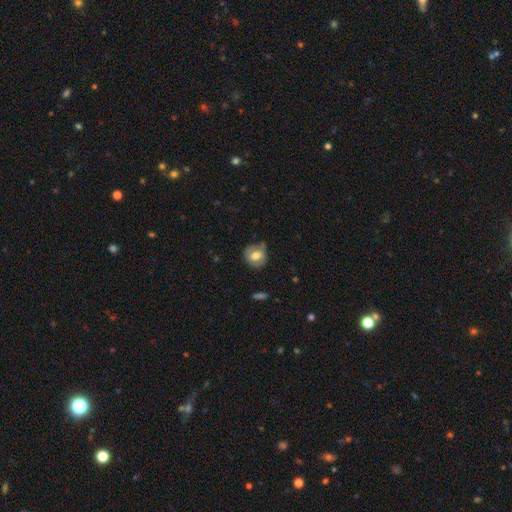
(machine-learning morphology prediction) smooth-or-featured: smooth: 64% | featured or disk: 29% | star or artifact: 8%
  how-rounded: round: 75% | in between: 24% | cigar-shaped: 1%
  merging: none: 68% | minor disturbance: 24% | major disturbance: 6% | merger: 2%